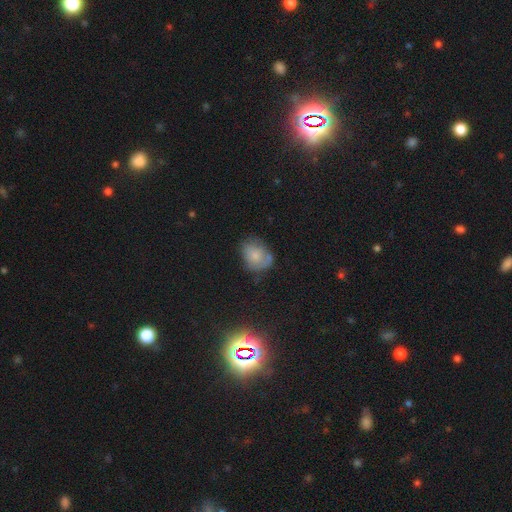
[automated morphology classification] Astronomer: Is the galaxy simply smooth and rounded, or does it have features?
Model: smooth — 65%.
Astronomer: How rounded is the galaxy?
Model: in between — 55% (runner-up: round, 44%).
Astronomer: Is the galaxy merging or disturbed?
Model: none — 49% (runner-up: minor disturbance, 30%).